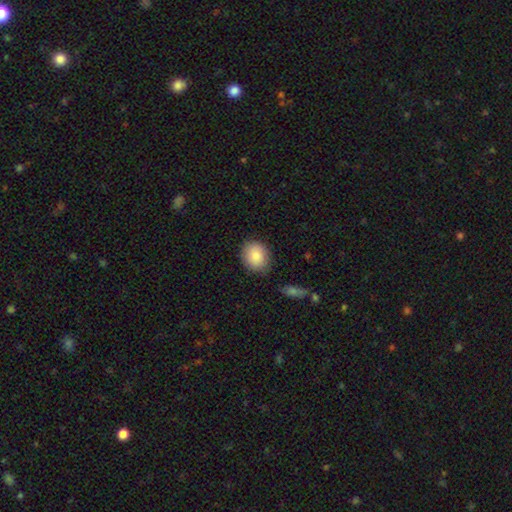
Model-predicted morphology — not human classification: Overall: smooth (86%). How rounded: round (58%; in between 41%). Merging: none (82%).